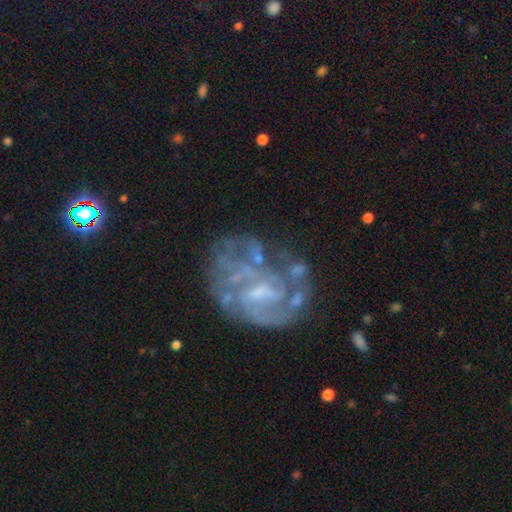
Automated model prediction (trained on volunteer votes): This is clearly a featured or disk galaxy (80%). It is clearly not viewed edge-on (98%). Bar: possibly weak (46%). Spiral arm pattern: likely yes (73%). Spiral arm count: possibly can't tell (45%). Spiral winding: marginally tight (41%). Central bulge: marginally small (36%). Merging: possibly none (49%).